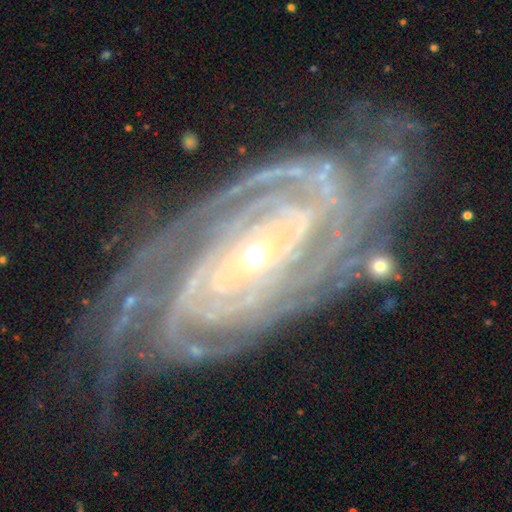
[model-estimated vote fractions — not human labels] Smooth or featured? Predicted: featured or disk (p=0.91). Edge-on disk? Predicted: no (p=0.95). Bar? Predicted: no (p=0.66). Spiral arms? Predicted: yes (p=0.97). Spiral winding? Predicted: tight (p=0.77). Spiral arm count? Predicted: 2 (p=0.28). Bulge size? Predicted: small (p=0.65). Merging? Predicted: none (p=0.68).